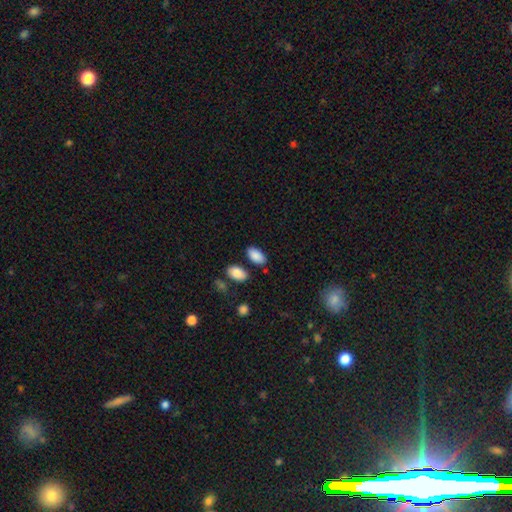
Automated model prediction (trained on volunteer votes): smooth-or-featured: smooth: 89% | star or artifact: 7% | featured or disk: 5%
  how-rounded: in between: 94% | round: 3% | cigar-shaped: 2%
  merging: none: 80% | minor disturbance: 11% | merger: 6% | major disturbance: 3%